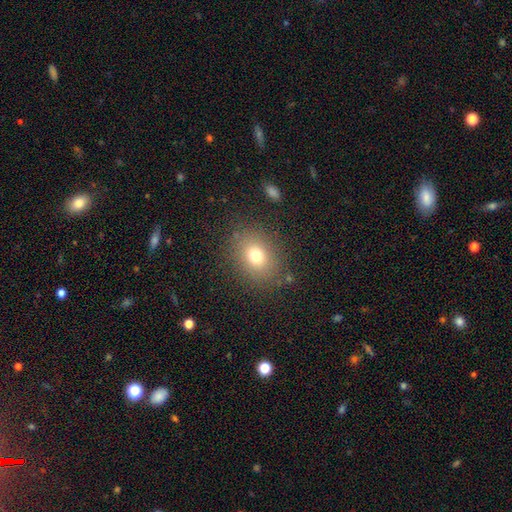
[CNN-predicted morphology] Smooth or featured: smooth — 74% (star or artifact — 14%)
How rounded: in between — 54% (round — 45%)
Merging: none — 83% (minor disturbance — 10%)